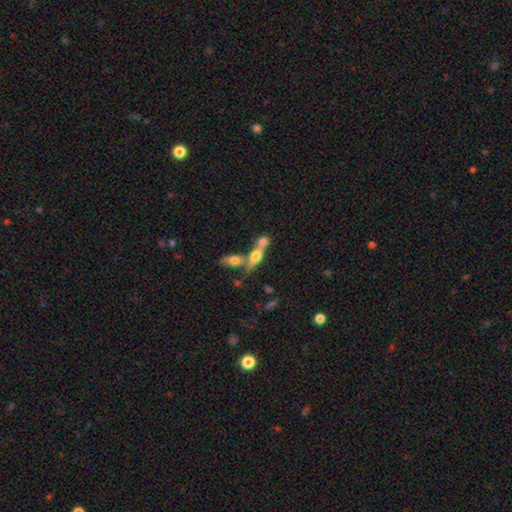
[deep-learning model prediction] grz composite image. It shows a smooth galaxy with no disk features (54%) that is in between round and cigar-shaped (49%). Merging: merger (62%).